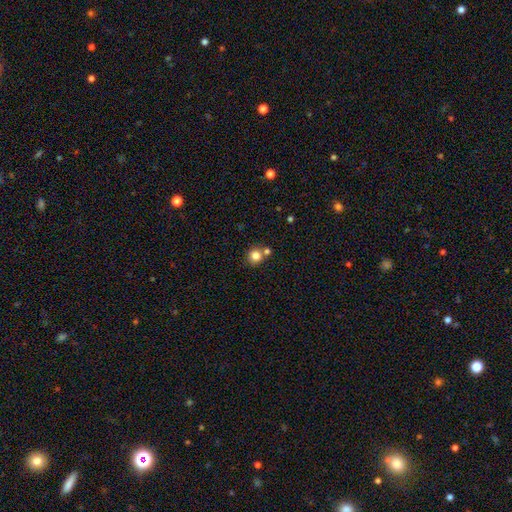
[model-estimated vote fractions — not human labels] A smooth galaxy with no disk features (82%) that is round (89%). Merging: none (66%).